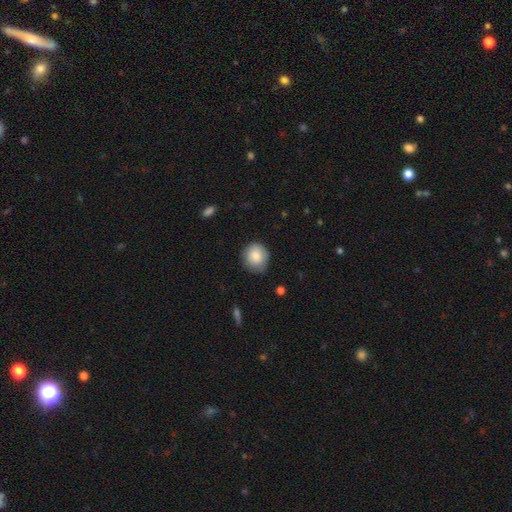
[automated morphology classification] Smooth or featured?
  - smooth: 85% *
  - featured or disk: 8%
  - star or artifact: 7%
How rounded?
  - round: 83% *
  - in between: 16%
  - cigar-shaped: 1%
Merging?
  - none: 76% *
  - minor disturbance: 19%
  - major disturbance: 3%
  - merger: 1%